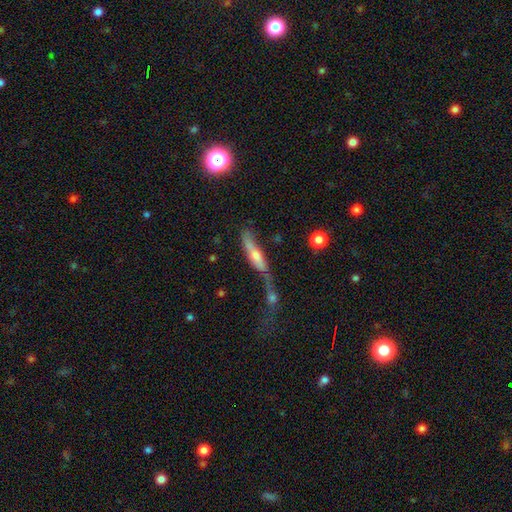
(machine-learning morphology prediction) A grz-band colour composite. It shows a featured or disk galaxy (49%). Merging: merger (39%).